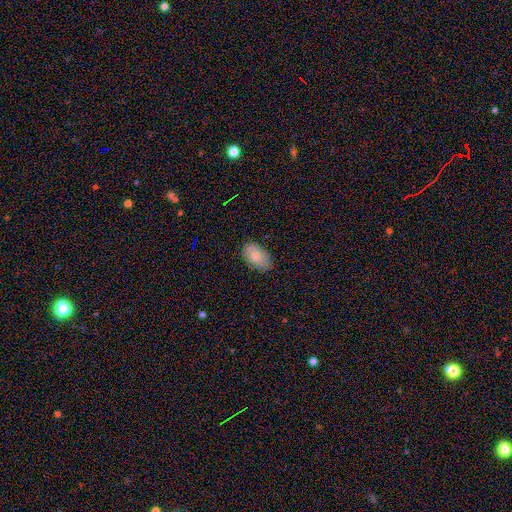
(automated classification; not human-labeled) This appears to be a smooth galaxy with no disk features (81%) that is in between round and cigar-shaped (93%). Merging: none (84%).